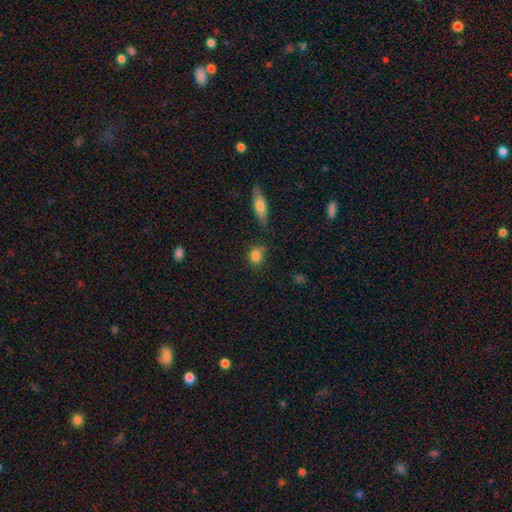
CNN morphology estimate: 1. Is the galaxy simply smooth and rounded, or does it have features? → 84% smooth, 9% star or artifact, 7% featured or disk.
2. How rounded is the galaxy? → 68% round, 30% in between, 3% cigar-shaped.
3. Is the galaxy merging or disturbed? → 73% none, 17% minor disturbance, 5% merger, 4% major disturbance.